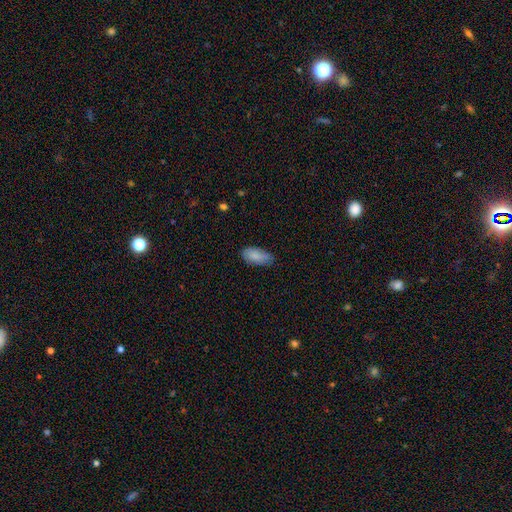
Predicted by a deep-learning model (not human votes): This is clearly a smooth galaxy (84%). How rounded: clearly in between (92%). Merging: likely none (71%).